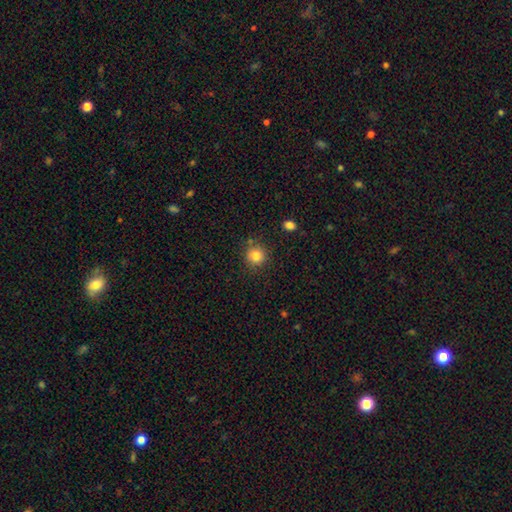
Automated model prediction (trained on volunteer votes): This is clearly a smooth galaxy (83%). How rounded: clearly round (93%). Merging: clearly none (84%).